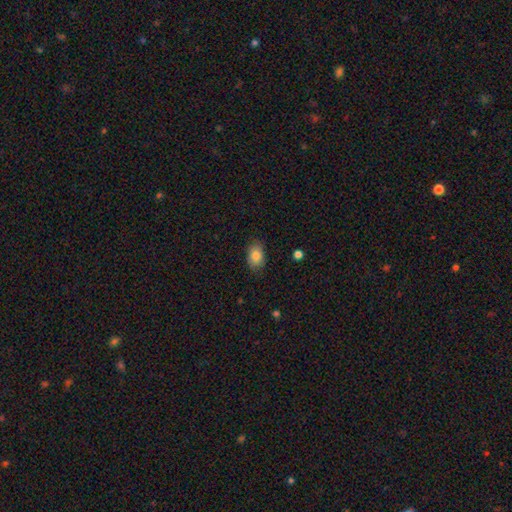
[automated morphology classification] smooth_or_featured: smooth (p=0.85) [alt: star or artifact p=0.08]
how_rounded: in between (p=0.84) [alt: round p=0.14]
merging: none (p=0.82) [alt: minor disturbance p=0.14]